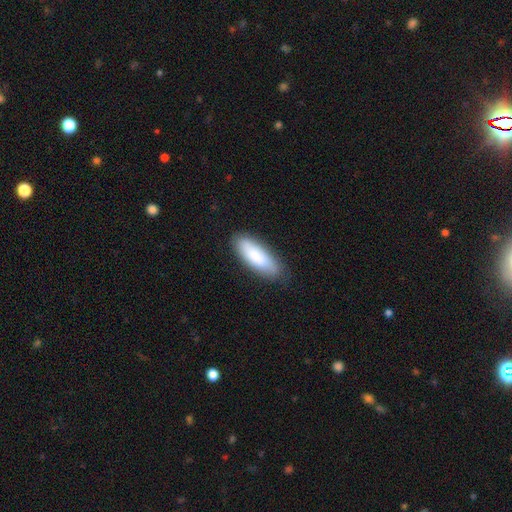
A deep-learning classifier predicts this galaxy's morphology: The model was most divided on "how rounded": in between: 64%, cigar-shaped: 35%, round: 2%. More confident: smooth or featured — smooth (83%); merging — none (81%).